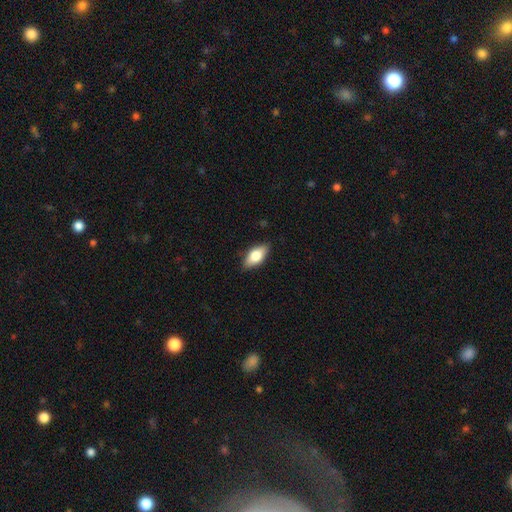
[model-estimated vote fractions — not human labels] This appears to be a smooth galaxy with no disk features (72%) that is in between round and cigar-shaped (87%). Merging: none (85%).